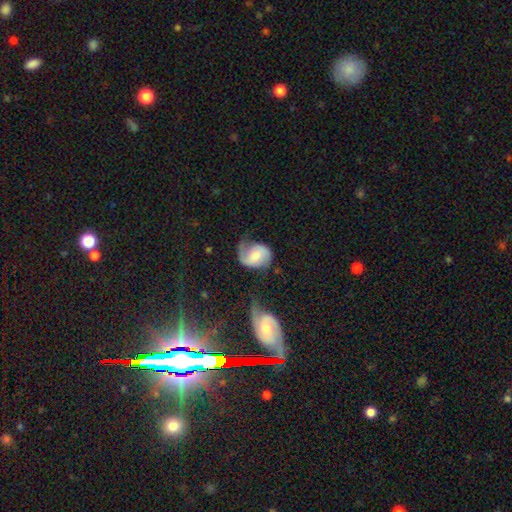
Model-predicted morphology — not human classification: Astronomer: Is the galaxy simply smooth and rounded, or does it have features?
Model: featured or disk — 67%.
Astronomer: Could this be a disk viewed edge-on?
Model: no — 98%.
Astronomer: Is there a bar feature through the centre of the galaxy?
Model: no — 45% (runner-up: weak, 42%).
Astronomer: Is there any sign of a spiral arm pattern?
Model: yes — 93%.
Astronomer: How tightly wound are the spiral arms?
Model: medium — 44% (runner-up: loose, 33%).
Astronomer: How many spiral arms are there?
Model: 2 — 83%.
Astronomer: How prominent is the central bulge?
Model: moderate — 41% (runner-up: small, 31%).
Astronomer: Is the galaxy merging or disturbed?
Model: none — 50% (runner-up: minor disturbance, 27%).